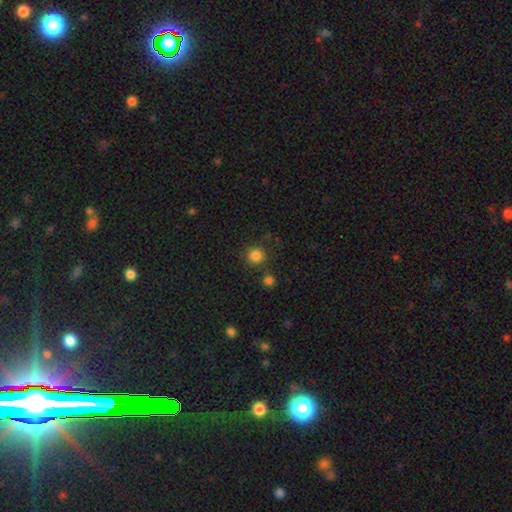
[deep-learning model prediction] smooth-or-featured: smooth: 84% | star or artifact: 12% | featured or disk: 4%
  how-rounded: round: 92% | in between: 7% | cigar-shaped: 1%
  merging: none: 81% | minor disturbance: 8% | merger: 7% | major disturbance: 3%